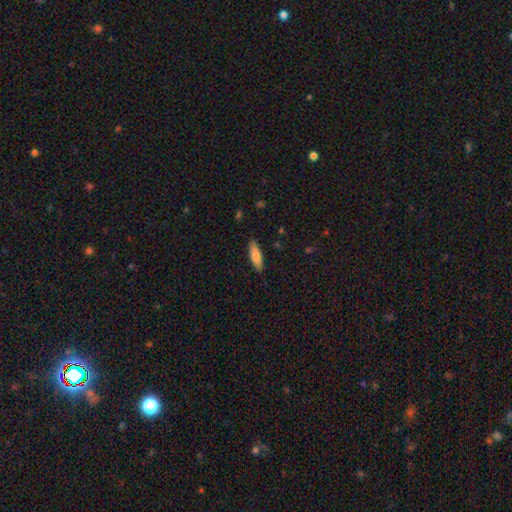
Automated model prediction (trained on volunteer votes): This appears to be a smooth galaxy with no disk features (77%) that is in between round and cigar-shaped (51%). Merging: none (88%).